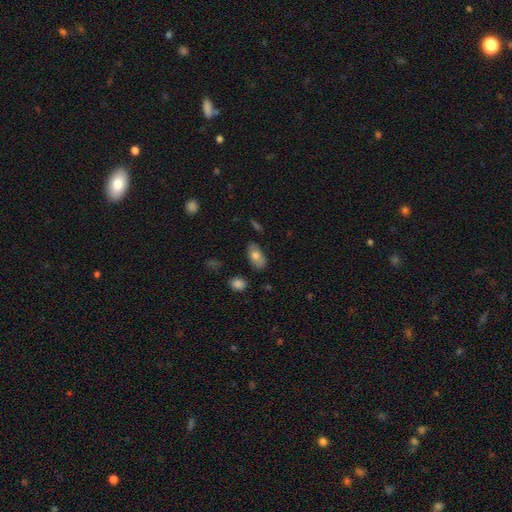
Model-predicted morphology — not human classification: Smooth or featured: smooth — 71% (featured or disk — 22%)
How rounded: in between — 92% (round — 5%)
Merging: none — 78% (minor disturbance — 16%)